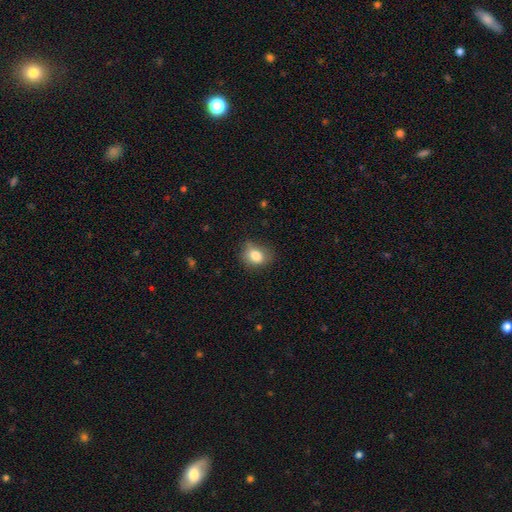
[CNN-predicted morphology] Smooth or featured?
  - smooth: 82% *
  - star or artifact: 9%
  - featured or disk: 9%
How rounded?
  - in between: 58% *
  - round: 41%
  - cigar-shaped: 1%
Merging?
  - none: 68% *
  - minor disturbance: 24%
  - major disturbance: 6%
  - merger: 2%